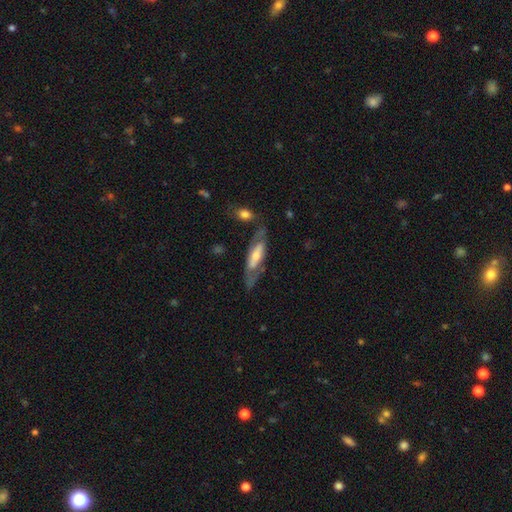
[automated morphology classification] A featured or disk galaxy (63%). Merging: none (66%).